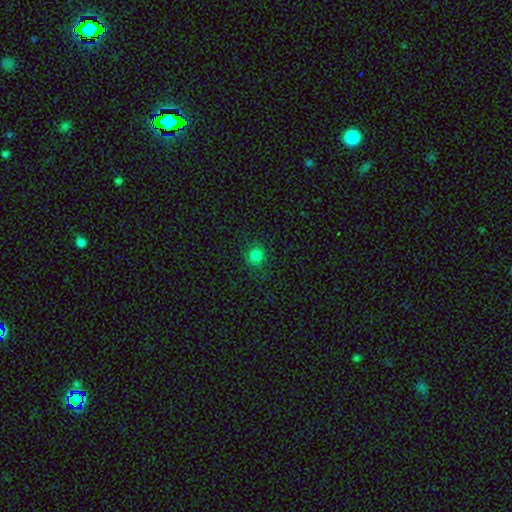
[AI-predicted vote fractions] Smooth or featured? Predicted: smooth (p=0.82). How rounded? Predicted: round (p=0.86). Merging? Predicted: none (p=0.88).